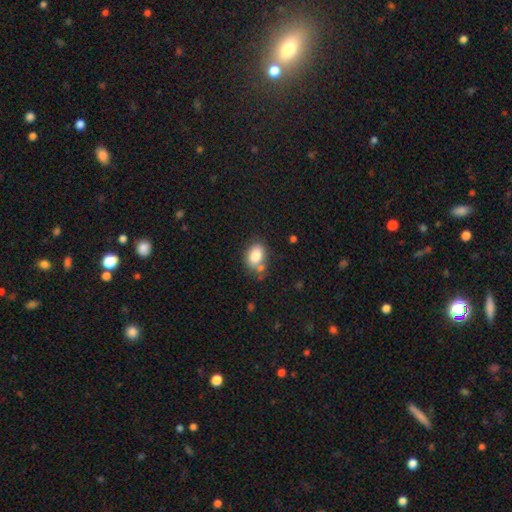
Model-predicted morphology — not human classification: This is clearly a smooth galaxy (83%). How rounded: likely in between (77%). Merging: likely none (61%).